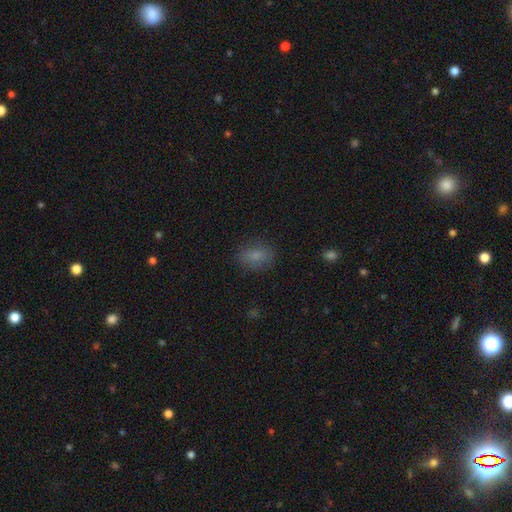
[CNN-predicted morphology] Smooth or featured: smooth — 82% (star or artifact — 11%)
How rounded: in between — 69% (round — 29%)
Merging: none — 82% (minor disturbance — 13%)